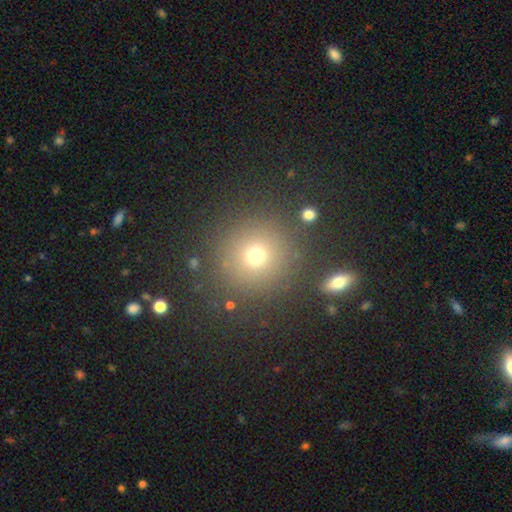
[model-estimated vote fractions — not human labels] This is likely a smooth galaxy (69%). How rounded: clearly round (93%). Merging: clearly none (86%).